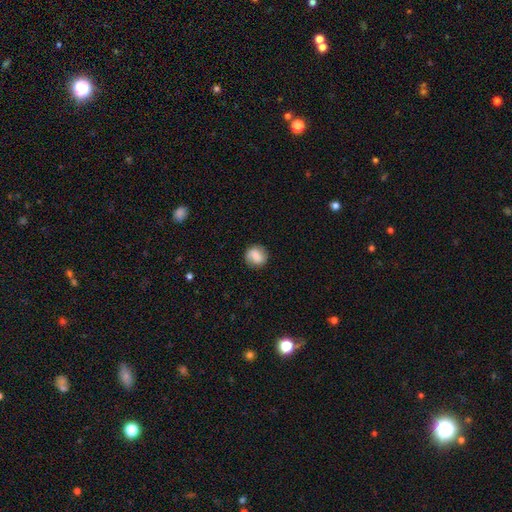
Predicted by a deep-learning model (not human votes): Smooth or featured? Predicted: smooth (p=0.66). How rounded? Predicted: round (p=0.84). Merging? Predicted: none (p=0.80).